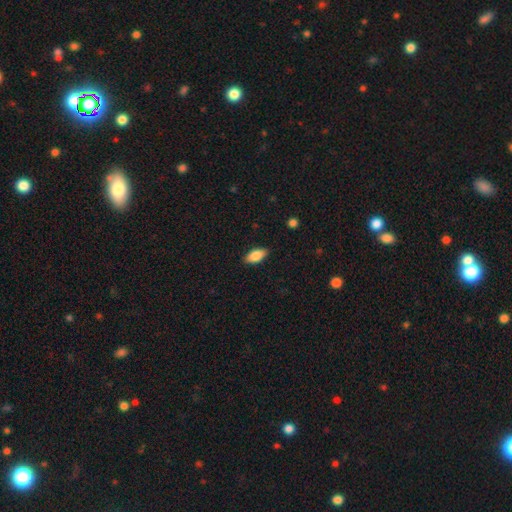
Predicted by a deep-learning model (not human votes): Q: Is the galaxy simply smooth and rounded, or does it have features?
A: smooth — 84%.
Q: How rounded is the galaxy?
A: in between — 89%.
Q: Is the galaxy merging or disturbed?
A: none — 87%.